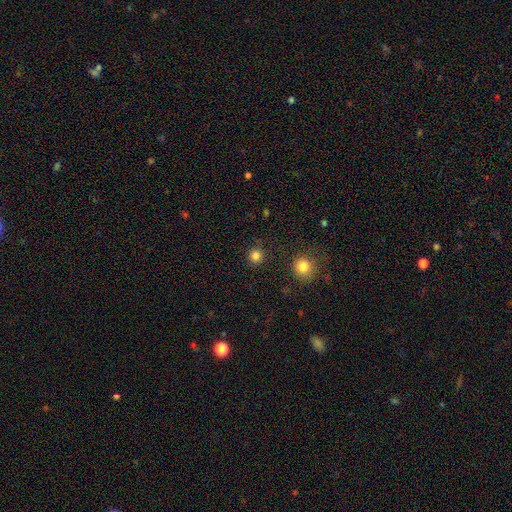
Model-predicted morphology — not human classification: A smooth galaxy with no disk features (83%) that is round (93%). Merging: none (89%).